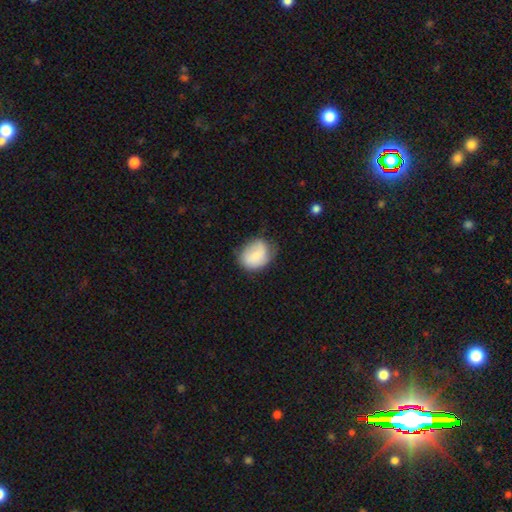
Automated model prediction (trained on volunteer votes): Smooth or featured? smooth (77%)
How rounded? round (51%)
Merging? none (52%)